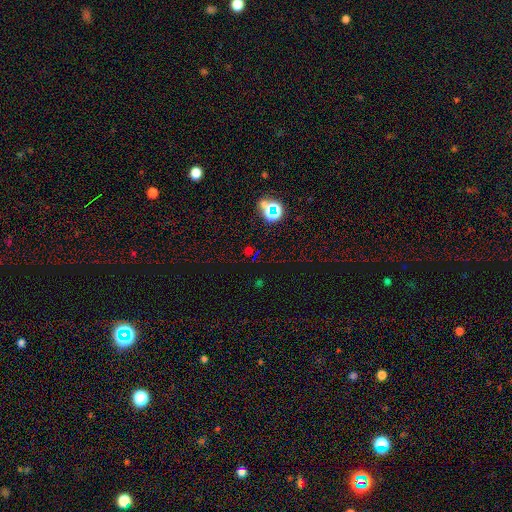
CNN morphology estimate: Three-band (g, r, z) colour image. It shows a star or artifact, not a galaxy (64%).